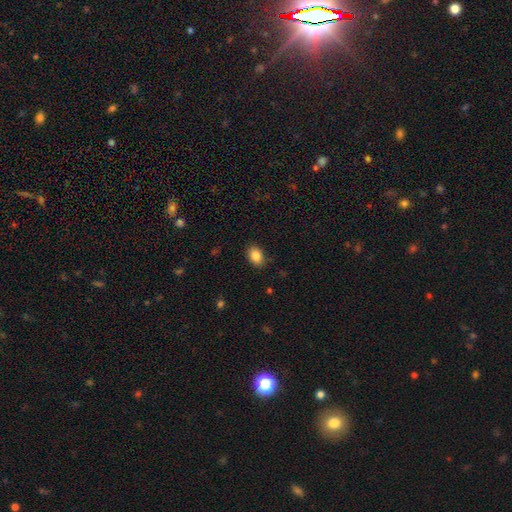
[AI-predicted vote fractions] This appears to be a smooth galaxy with no disk features (87%) that is in between round and cigar-shaped (81%). Merging: none (87%).